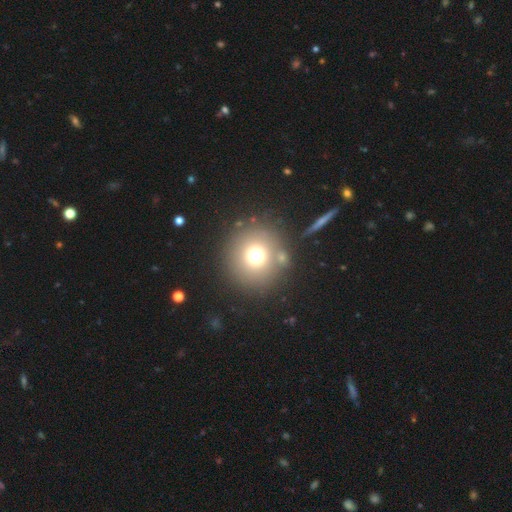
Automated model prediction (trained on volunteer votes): This appears to be a smooth galaxy with no disk features (70%) that is round (94%). Merging: none (81%).